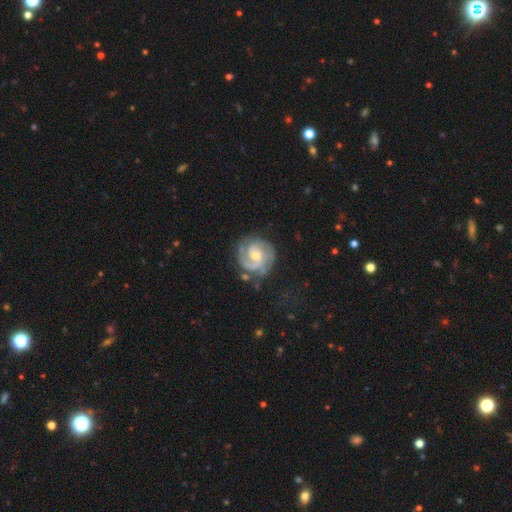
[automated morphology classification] A featured or disk galaxy (87%) with no bar (56%), 2 (57%) tight (55%) spiral arms (97%) and a small central bulge (49%). Merging: none (70%).